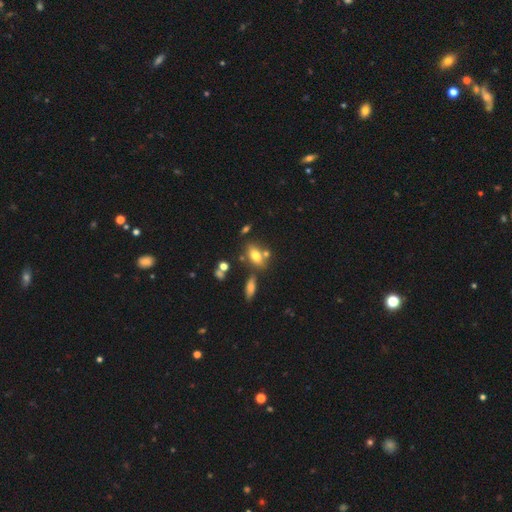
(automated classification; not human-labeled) Morphology: type=smooth (73%); roundness=in between (84%); merging=none (62%).